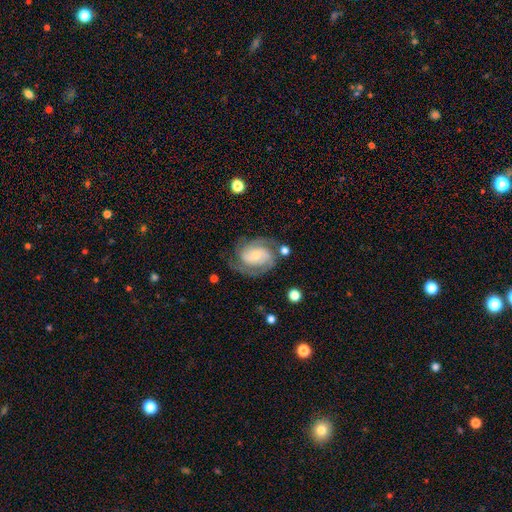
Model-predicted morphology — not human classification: Q: Smooth or featured?
A: featured or disk (84%); runner-up: smooth (11%)
Q: Edge-on disk?
A: no (98%); runner-up: yes (2%)
Q: Bar?
A: no (52%); runner-up: weak (37%)
Q: Spiral arms?
A: yes (96%); runner-up: no (4%)
Q: Spiral winding?
A: tight (48%); runner-up: medium (43%)
Q: Spiral arm count?
A: 2 (66%); runner-up: 3 (15%)
Q: Bulge size?
A: small (53%); runner-up: moderate (32%)
Q: Merging?
A: none (68%); runner-up: minor disturbance (18%)